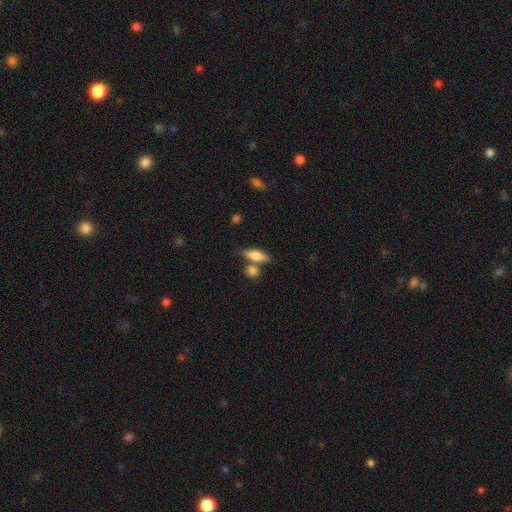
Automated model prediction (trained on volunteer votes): smooth_or_featured: smooth (p=0.78) [alt: featured or disk p=0.16]
how_rounded: in between (p=0.65) [alt: cigar-shaped p=0.30]
merging: none (p=0.60) [alt: merger p=0.23]